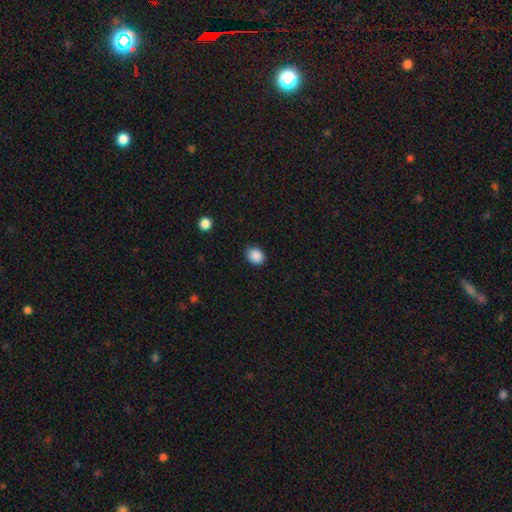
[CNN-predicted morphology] Smooth or featured? smooth (88%)
How rounded? in between (56%)
Merging? none (85%)